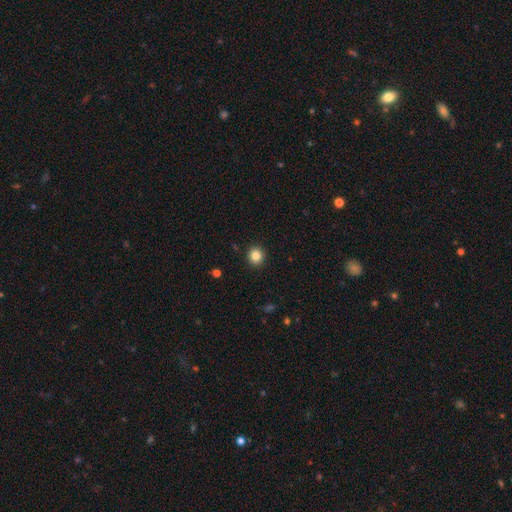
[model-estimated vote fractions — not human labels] Smooth or featured? smooth (85%)
How rounded? round (88%)
Merging? none (92%)